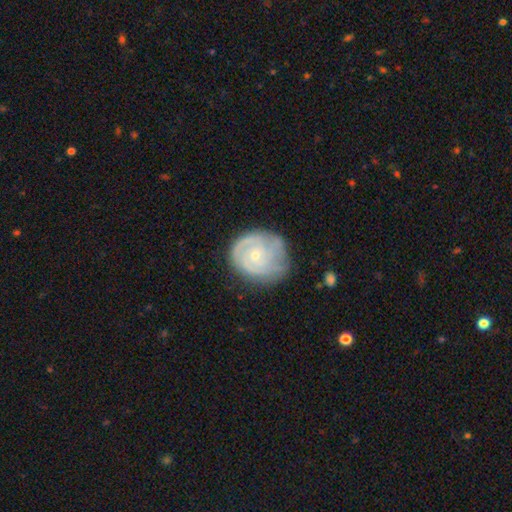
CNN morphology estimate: Overall: featured or disk (76%). Edge-on disk: no (98%). Bar: no (77%). Spiral arms: yes (89%). Spiral arm count: can't tell (32%; 2 28%). Spiral winding: tight (66%; medium 27%). Bulge size: small (70%). Merging: none (64%; minor disturbance 25%).